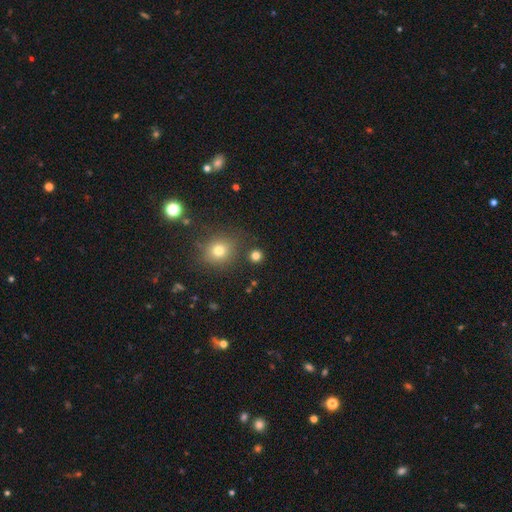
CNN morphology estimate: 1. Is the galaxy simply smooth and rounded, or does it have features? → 77% smooth, 18% star or artifact, 5% featured or disk.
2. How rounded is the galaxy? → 91% round, 8% in between, 1% cigar-shaped.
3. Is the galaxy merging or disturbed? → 86% none, 7% minor disturbance, 5% merger, 3% major disturbance.